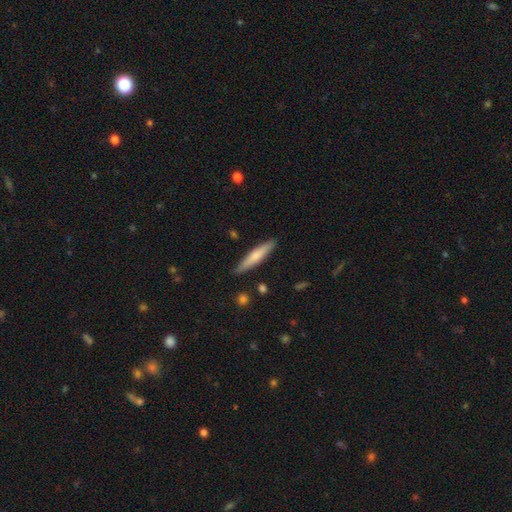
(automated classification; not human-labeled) Smooth or featured: smooth — 62% (featured or disk — 32%)
How rounded: cigar-shaped — 90% (in between — 9%)
Merging: none — 88% (minor disturbance — 8%)